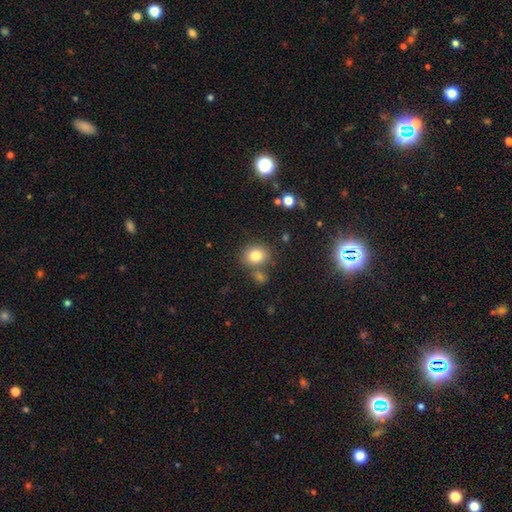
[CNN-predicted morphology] Smooth or featured? Predicted: smooth (p=0.81). How rounded? Predicted: round (p=0.66). Merging? Predicted: none (p=0.71).